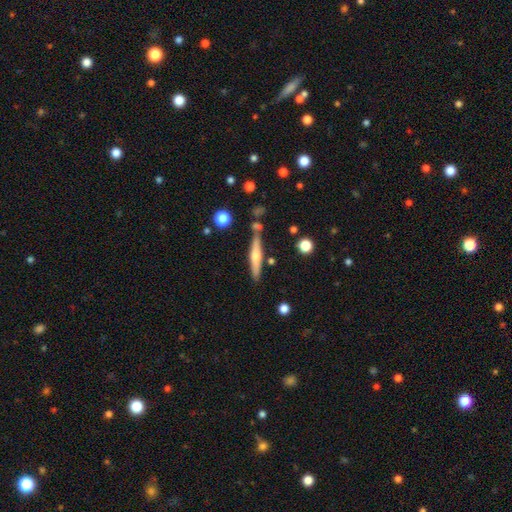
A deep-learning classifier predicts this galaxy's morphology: smooth_or_featured: featured or disk (p=0.53) [alt: smooth p=0.41]
disk_edge_on: yes (p=0.95) [alt: no p=0.05]
edge_on_bulge: rounded (p=0.82) [alt: none p=0.11]
merging: none (p=0.77) [alt: minor disturbance p=0.12]